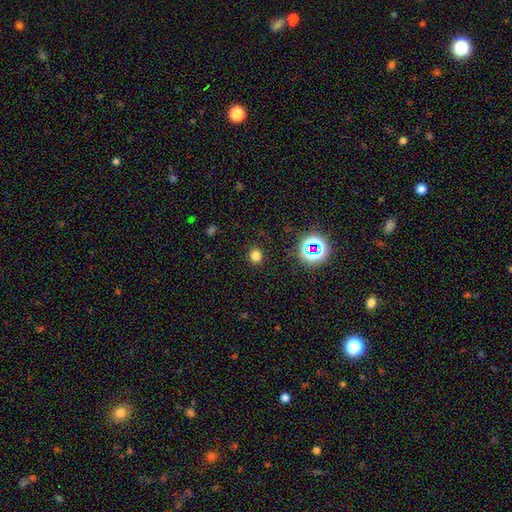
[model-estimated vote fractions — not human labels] smooth 75%, star or artifact 20%, featured or disk 5%. Down the decision tree: how rounded — round (85%); merging — none (88%).